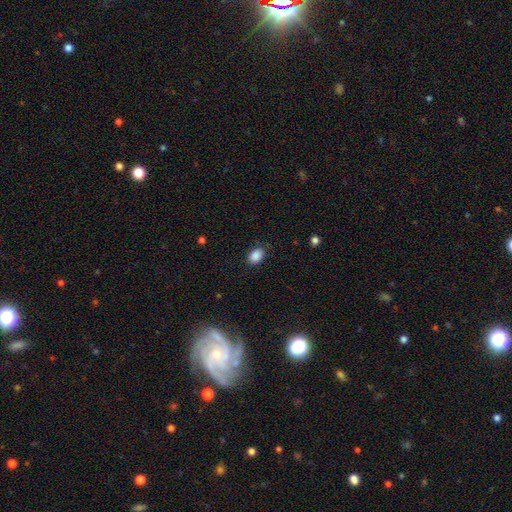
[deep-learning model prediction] smooth 88%, star or artifact 8%, featured or disk 4%. Down the decision tree: how rounded — in between (80%); merging — none (81%).